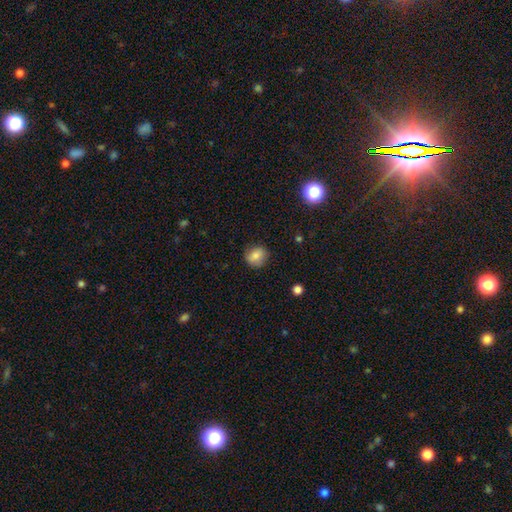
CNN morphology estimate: type=smooth (80%); roundness=round (75%); merging=none (82%).